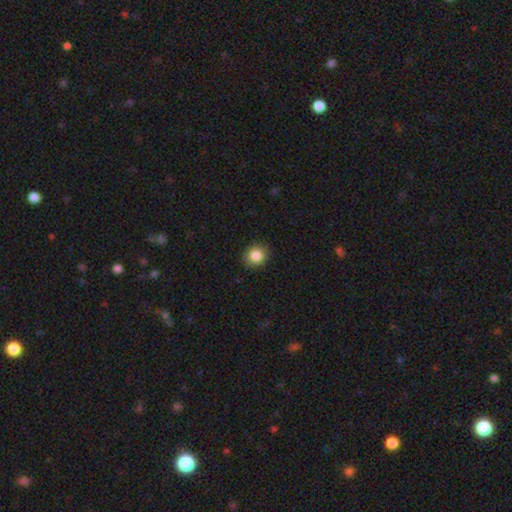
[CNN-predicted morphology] This appears to be a smooth galaxy with no disk features (86%) that is round (84%). Merging: none (90%).